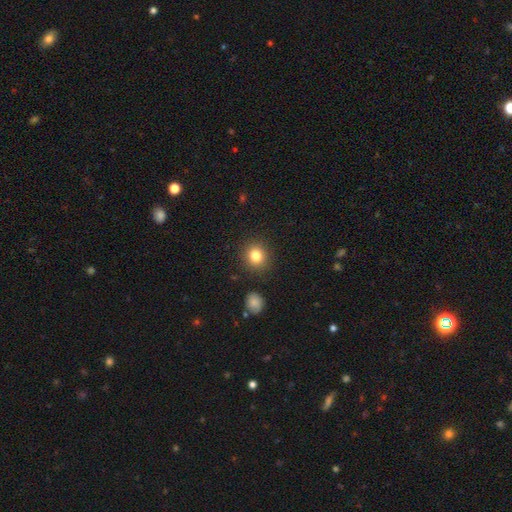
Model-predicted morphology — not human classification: Smooth or featured? Predicted: smooth (p=0.83). How rounded? Predicted: round (p=0.86). Merging? Predicted: none (p=0.89).